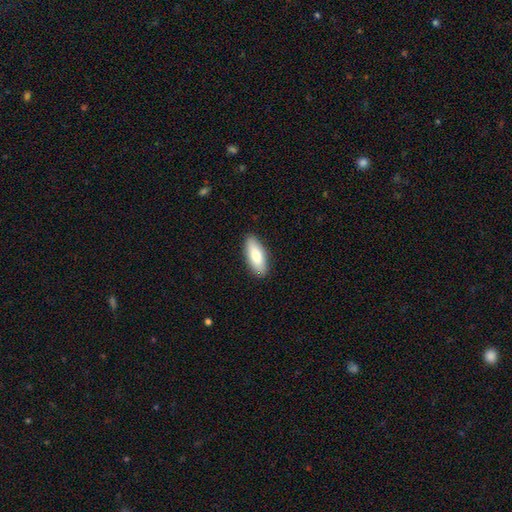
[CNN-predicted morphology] Overall: smooth (77%). How rounded: in between (77%). Merging: none (89%).